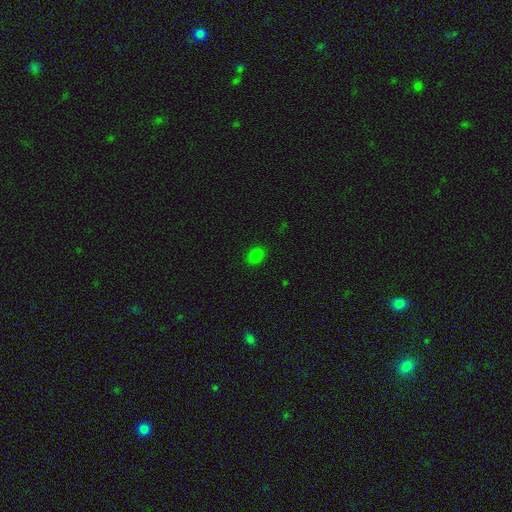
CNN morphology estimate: Overall: smooth (81%). How rounded: in between (69%; round 30%). Merging: none (87%).